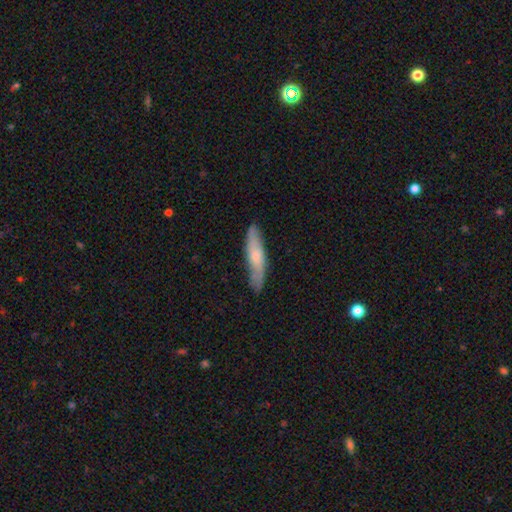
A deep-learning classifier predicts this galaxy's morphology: This is possibly a smooth galaxy (58%). How rounded: clearly cigar-shaped (81%). Merging: clearly none (80%).